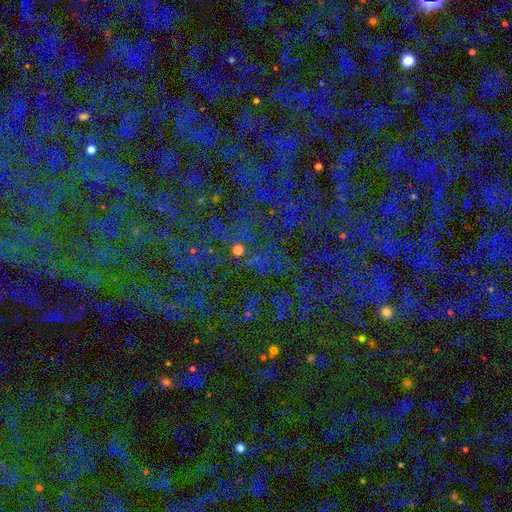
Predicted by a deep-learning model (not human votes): smooth_or_featured: star or artifact (p=0.79) [alt: smooth p=0.13]